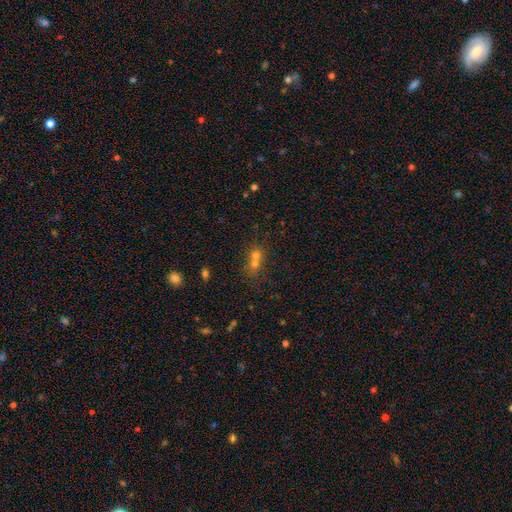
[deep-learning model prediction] Morphology: type=smooth (61%); roundness=round (73%); merging=merger (62%).